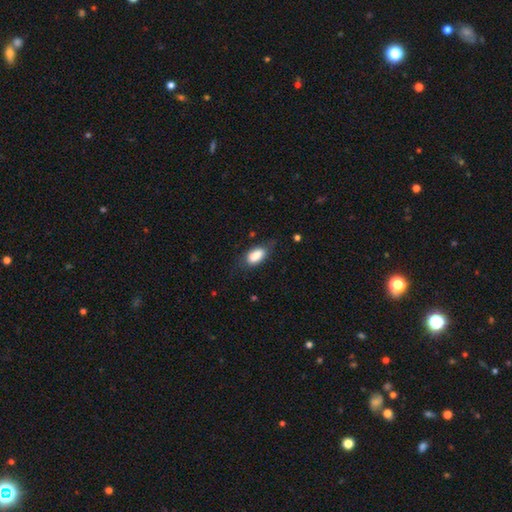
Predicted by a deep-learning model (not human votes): smooth 85%, featured or disk 8%, star or artifact 7%. Down the decision tree: how rounded — in between (89%); merging — none (63%).